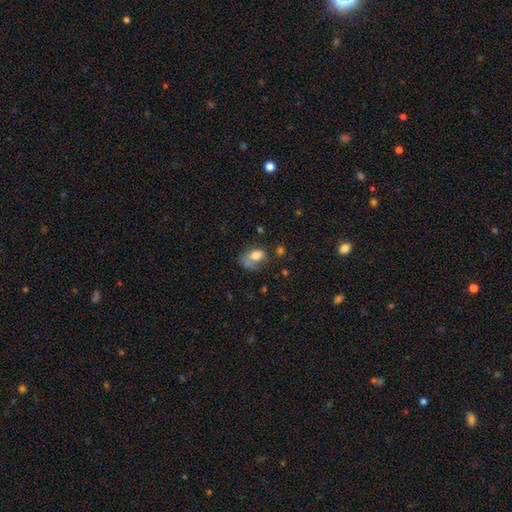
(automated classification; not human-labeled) smooth-or-featured: smooth: 73% | featured or disk: 18% | star or artifact: 9%
  how-rounded: in between: 76% | round: 23% | cigar-shaped: 1%
  merging: none: 32% | major disturbance: 29% | minor disturbance: 29% | merger: 10%